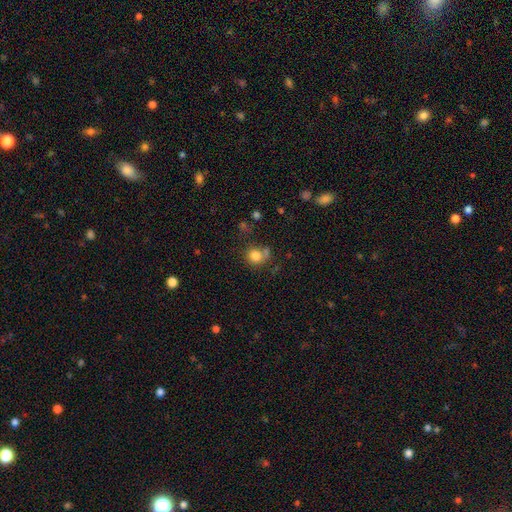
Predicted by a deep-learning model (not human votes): smooth 81%, star or artifact 11%, featured or disk 8%. Down the decision tree: how rounded — round (82%); merging — none (59%).